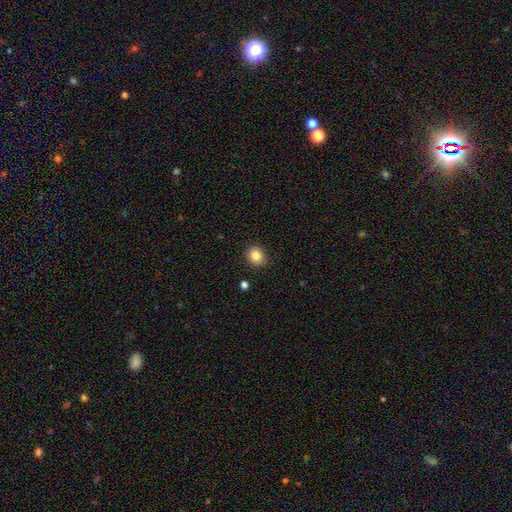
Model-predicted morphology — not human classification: Smooth or featured? smooth (86%)
How rounded? round (72%)
Merging? none (88%)